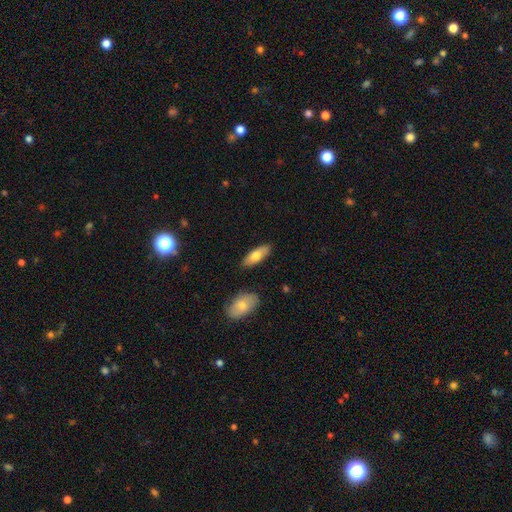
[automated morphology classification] The model was most divided on "how rounded": in between: 72%, cigar-shaped: 26%, round: 2%. More confident: merging — none (85%); smooth or featured — smooth (71%).